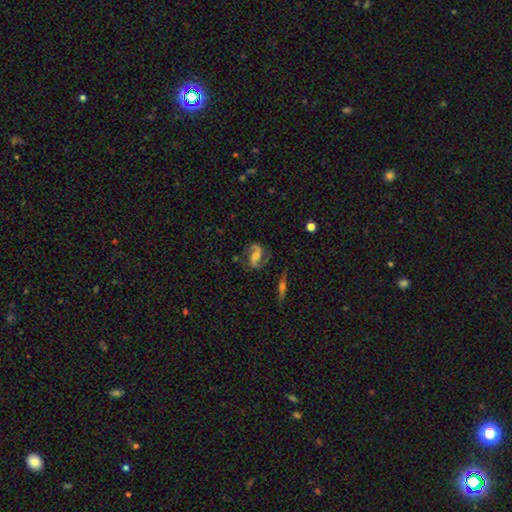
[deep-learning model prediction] featured or disk 86%, smooth 8%, star or artifact 6%. Down the decision tree: edge-on disk — no (97%); bar — weak (40%); spiral arms — yes (97%); spiral arm count — 2 (93%); spiral winding — medium (51%); bulge size — moderate (56%); merging — none (78%).